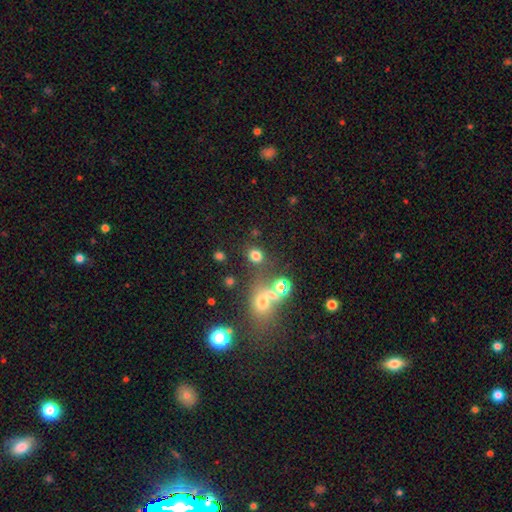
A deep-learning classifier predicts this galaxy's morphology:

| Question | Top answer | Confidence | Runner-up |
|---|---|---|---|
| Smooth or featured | smooth | 72% | star or artifact (20%) |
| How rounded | round | 77% | in between (22%) |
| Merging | none | 71% | merger (13%) |